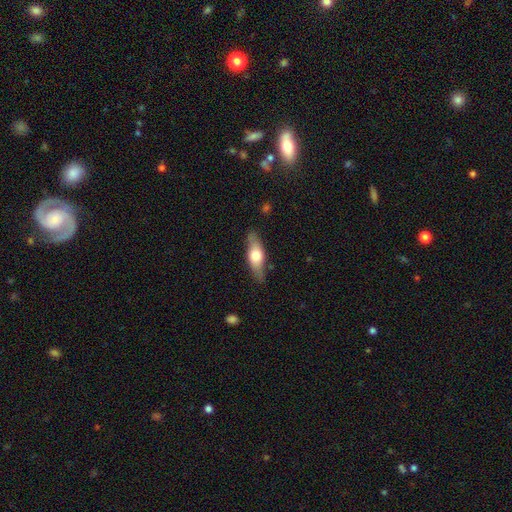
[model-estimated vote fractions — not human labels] A smooth galaxy with no disk features (52%) that is in between round and cigar-shaped (60%). Merging: none (80%).